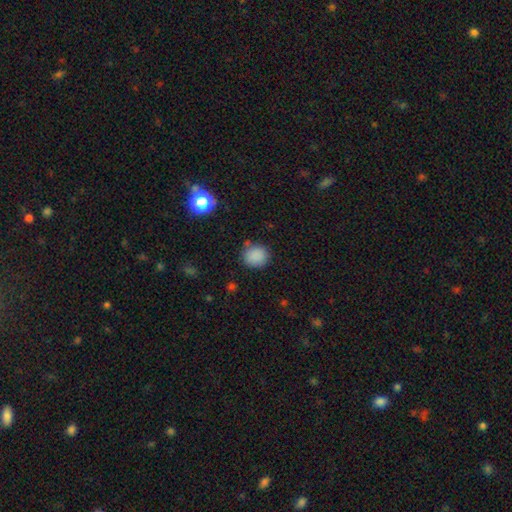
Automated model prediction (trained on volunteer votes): Smooth or featured? Predicted: smooth (p=0.86). How rounded? Predicted: round (p=0.84). Merging? Predicted: none (p=0.80).